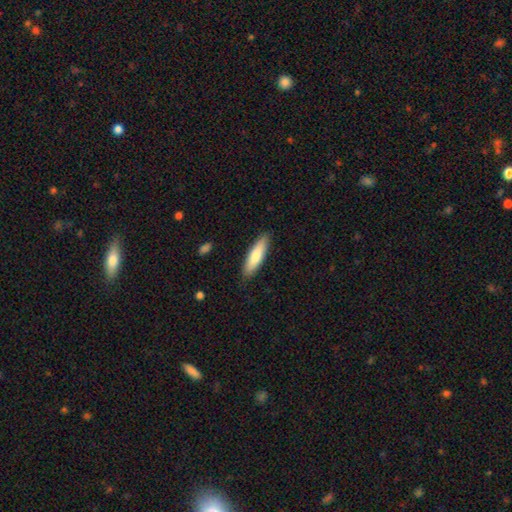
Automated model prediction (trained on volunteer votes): This appears to be a smooth galaxy with no disk features (76%) that is cigar-shaped (66%). Merging: none (88%).